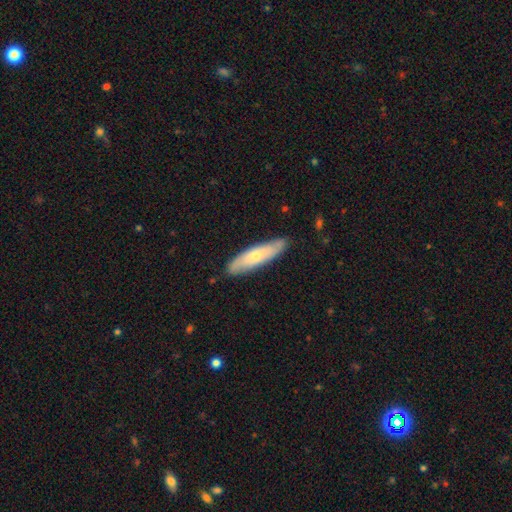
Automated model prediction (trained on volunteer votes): Smooth or featured? Predicted: smooth (p=0.56). How rounded? Predicted: cigar-shaped (p=0.72). Merging? Predicted: none (p=0.85).